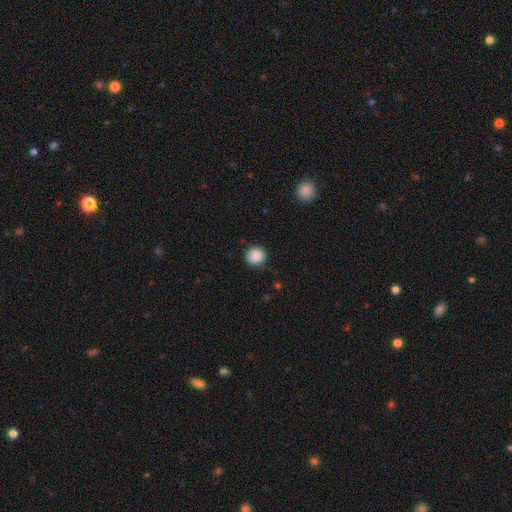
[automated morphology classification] smooth-or-featured: smooth: 89% | star or artifact: 9% | featured or disk: 2%
  how-rounded: round: 94% | in between: 5% | cigar-shaped: 1%
  merging: none: 90% | minor disturbance: 7% | major disturbance: 2% | merger: 1%